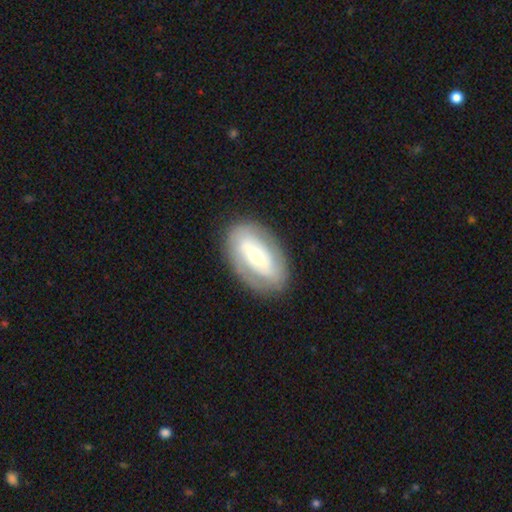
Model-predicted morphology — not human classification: Smooth or featured?
  - featured or disk: 66% *
  - smooth: 29%
  - star or artifact: 6%
Edge-on disk?
  - no: 92% *
  - yes: 8%
Bar?
  - strong: 36% *
  - weak: 34%
  - no: 29%
Spiral arms?
  - yes: 64% *
  - no: 36%
Bulge size?
  - moderate: 60% *
  - small: 29%
  - large: 8%
  - dominant: 1%
  - none: 1%
Merging?
  - none: 82% *
  - minor disturbance: 12%
  - major disturbance: 4%
  - merger: 1%